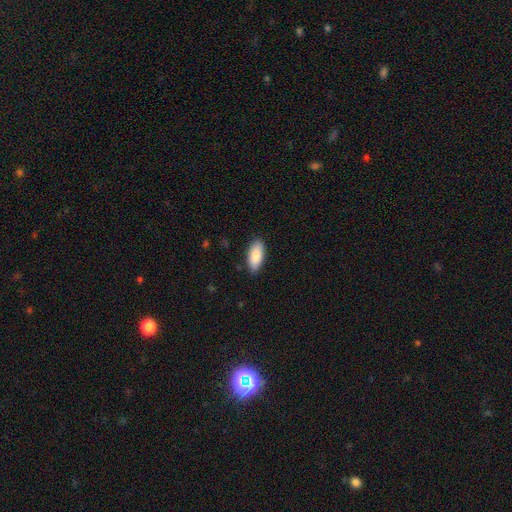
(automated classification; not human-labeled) Smooth or featured? smooth (88%)
How rounded? in between (87%)
Merging? none (87%)